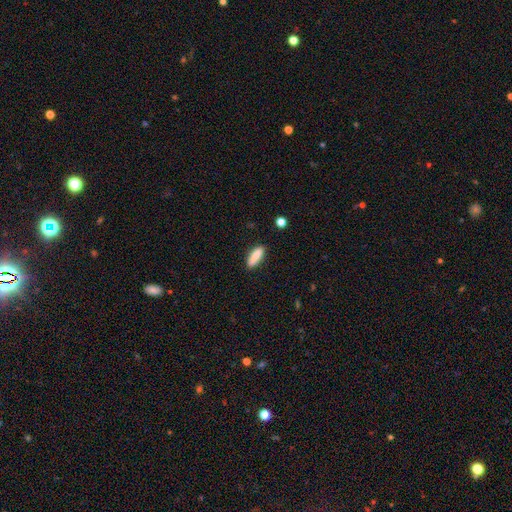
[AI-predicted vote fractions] Smooth or featured: smooth — 84% (featured or disk — 9%)
How rounded: in between — 55% (cigar-shaped — 42%)
Merging: none — 85% (minor disturbance — 11%)